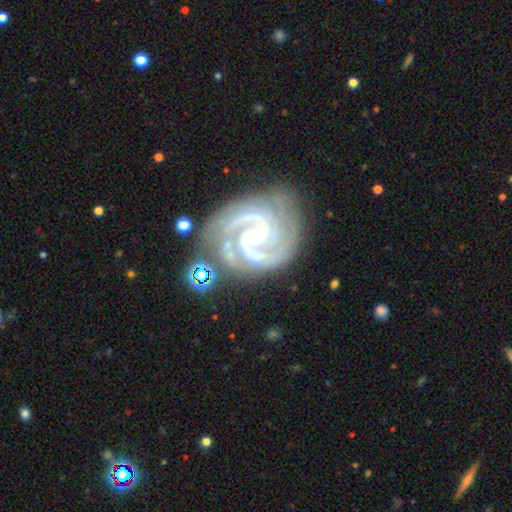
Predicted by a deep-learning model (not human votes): Smooth or featured: featured or disk — 92% (star or artifact — 5%)
Edge-on disk: no — 98% (yes — 2%)
Bar: no — 53% (weak — 33%)
Spiral arms: yes — 99% (no — 1%)
Spiral winding: tight — 60% (medium — 36%)
Spiral arm count: 2 — 45% (3 — 30%)
Bulge size: small — 73% (moderate — 22%)
Merging: none — 67% (minor disturbance — 19%)